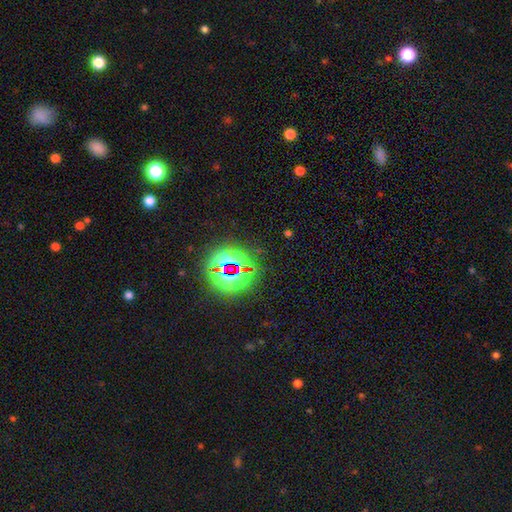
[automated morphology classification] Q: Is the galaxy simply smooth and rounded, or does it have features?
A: star or artifact — 82%.